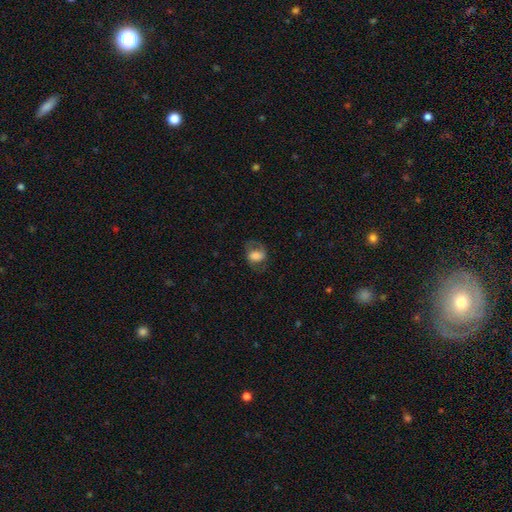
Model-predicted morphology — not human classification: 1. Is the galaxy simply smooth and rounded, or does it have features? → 54% smooth, 37% featured or disk, 9% star or artifact.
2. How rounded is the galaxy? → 65% in between, 33% round, 2% cigar-shaped.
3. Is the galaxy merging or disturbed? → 57% none, 22% minor disturbance, 20% major disturbance, 1% merger.